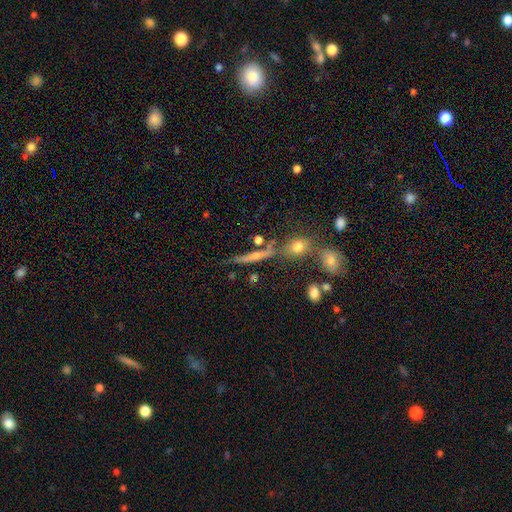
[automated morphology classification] A featured or disk galaxy (45%).

Vote fractions:
- Smooth or featured? featured or disk: 45% / smooth: 42% / star or artifact: 13%
- Merging? none: 67% / minor disturbance: 15% / merger: 13% / major disturbance: 6%